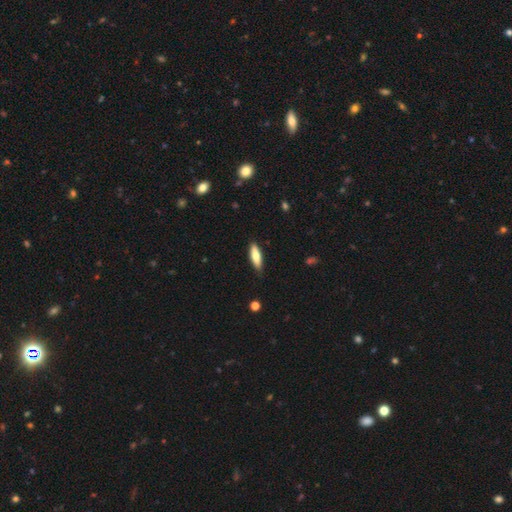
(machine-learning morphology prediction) Smooth or featured?
  - smooth: 74% *
  - featured or disk: 21%
  - star or artifact: 6%
How rounded?
  - cigar-shaped: 55% *
  - in between: 43%
  - round: 2%
Merging?
  - none: 86% *
  - minor disturbance: 11%
  - major disturbance: 2%
  - merger: 1%